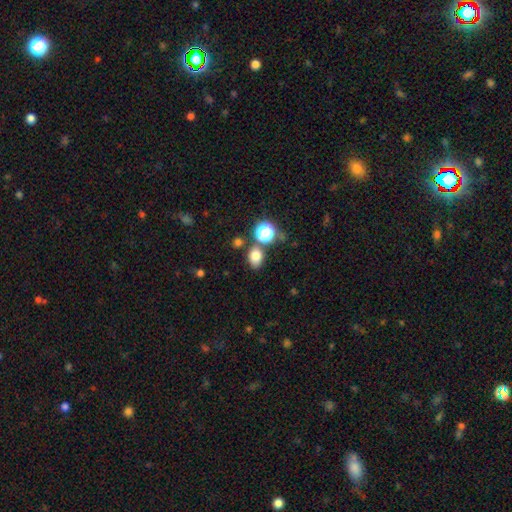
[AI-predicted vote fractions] A smooth galaxy with no disk features (76%) that is in between round and cigar-shaped (58%). Merging: none (71%).